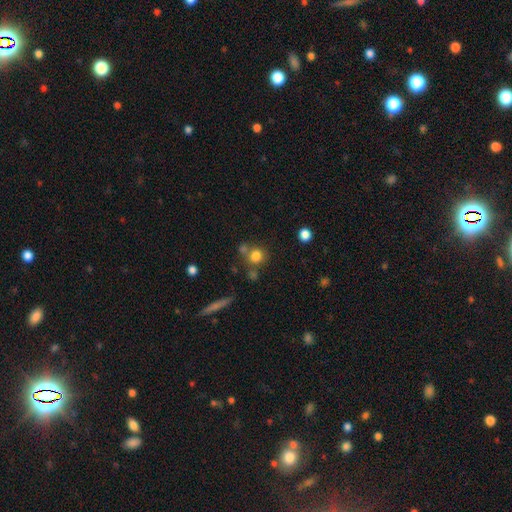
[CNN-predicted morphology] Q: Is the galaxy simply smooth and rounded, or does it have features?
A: smooth — 79%.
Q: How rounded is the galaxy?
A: round — 88%.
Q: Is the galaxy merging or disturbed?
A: none — 62%.